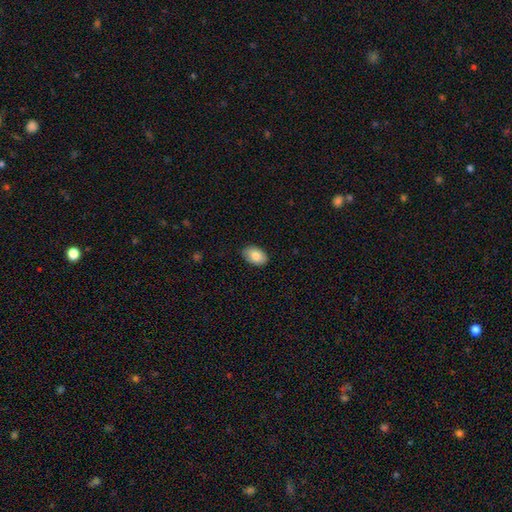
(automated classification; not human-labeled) Q: Smooth or featured?
A: smooth (83%); runner-up: featured or disk (11%)
Q: How rounded?
A: in between (90%); runner-up: round (8%)
Q: Merging?
A: none (86%); runner-up: minor disturbance (11%)